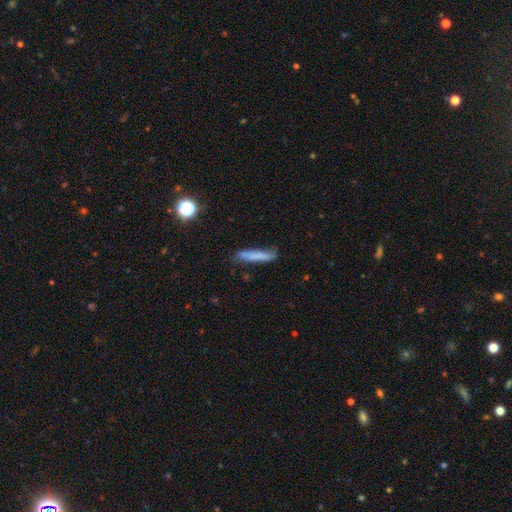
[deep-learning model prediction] Smooth or featured? Predicted: smooth (p=0.76). How rounded? Predicted: cigar-shaped (p=0.92). Merging? Predicted: none (p=0.76).